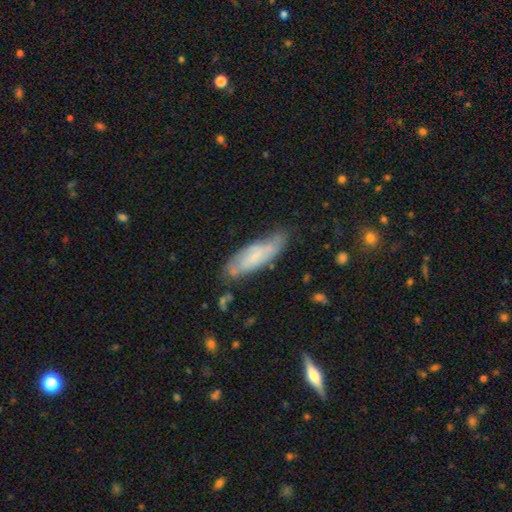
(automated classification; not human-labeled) This appears to be a smooth galaxy with no disk features (51%) that is cigar-shaped (50%). Merging: none (63%).